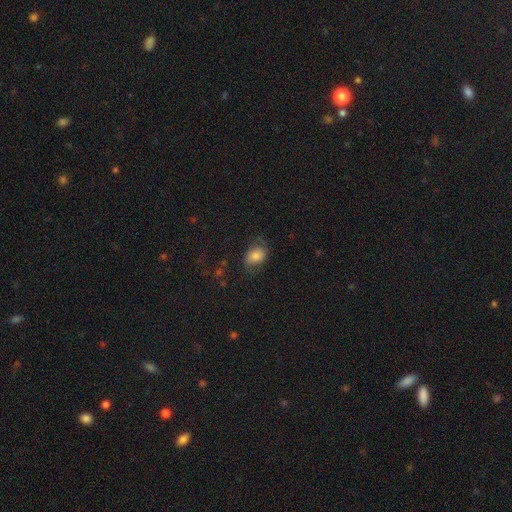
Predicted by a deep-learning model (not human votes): This is likely a smooth galaxy (75%). How rounded: likely in between (73%). Merging: possibly none (60%).